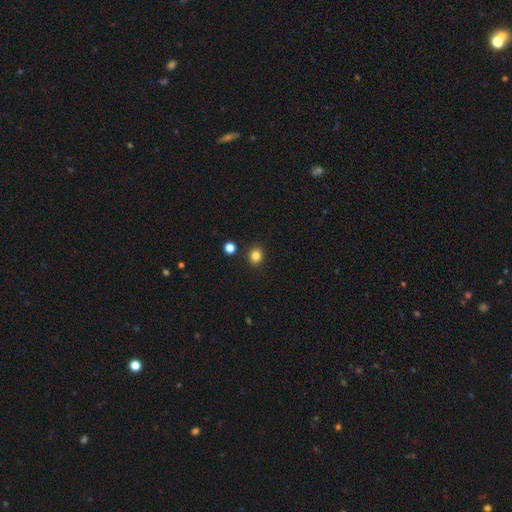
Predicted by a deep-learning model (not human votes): A smooth galaxy with no disk features (83%) that is round (71%).

Vote fractions:
- Smooth or featured? smooth: 83% / star or artifact: 12% / featured or disk: 5%
- How rounded? round: 71% / in between: 28% / cigar-shaped: 1%
- Merging? none: 87% / minor disturbance: 8% / merger: 3% / major disturbance: 2%